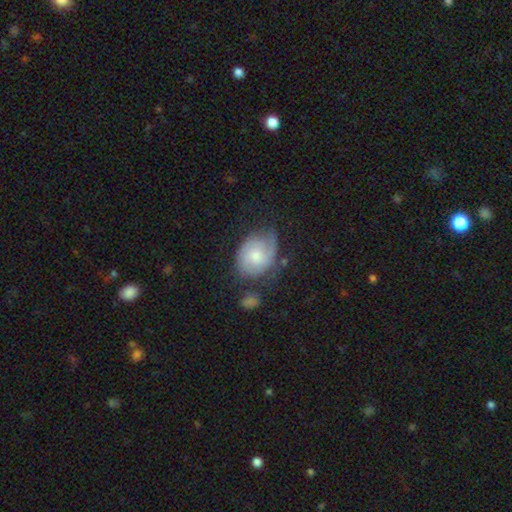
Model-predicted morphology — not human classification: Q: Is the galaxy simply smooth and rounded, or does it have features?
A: featured or disk — 64%.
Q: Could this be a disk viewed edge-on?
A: no — 97%.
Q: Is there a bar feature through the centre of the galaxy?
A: no — 69%.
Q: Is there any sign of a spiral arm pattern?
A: yes — 90%.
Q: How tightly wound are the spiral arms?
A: tight — 49%.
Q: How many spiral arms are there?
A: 2 — 53%.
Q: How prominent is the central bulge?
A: moderate — 55%.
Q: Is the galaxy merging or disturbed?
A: none — 55%.